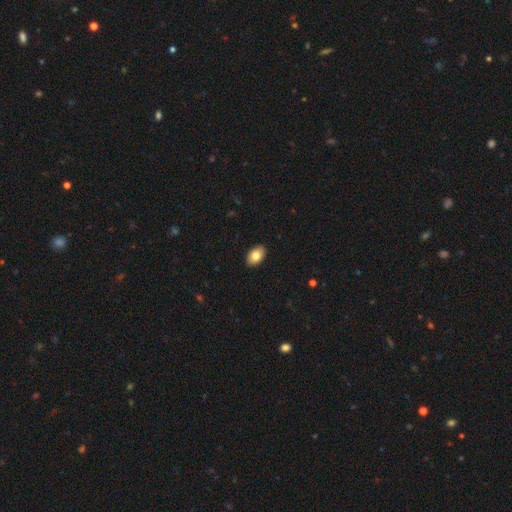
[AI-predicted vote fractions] smooth_or_featured: smooth (p=0.82) [alt: featured or disk p=0.11]
how_rounded: in between (p=0.91) [alt: round p=0.08]
merging: none (p=0.90) [alt: minor disturbance p=0.07]